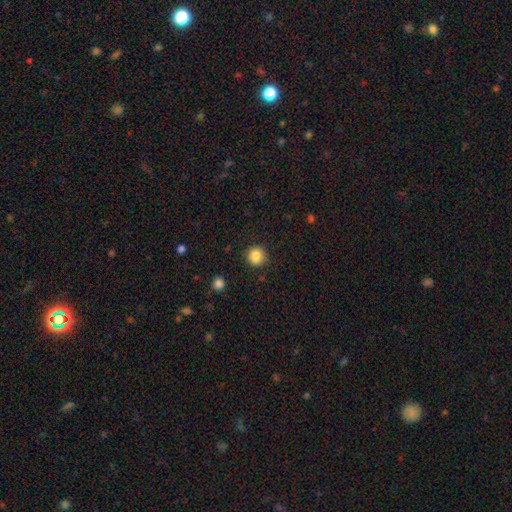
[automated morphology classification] type=smooth (84%); roundness=round (93%); merging=none (88%).